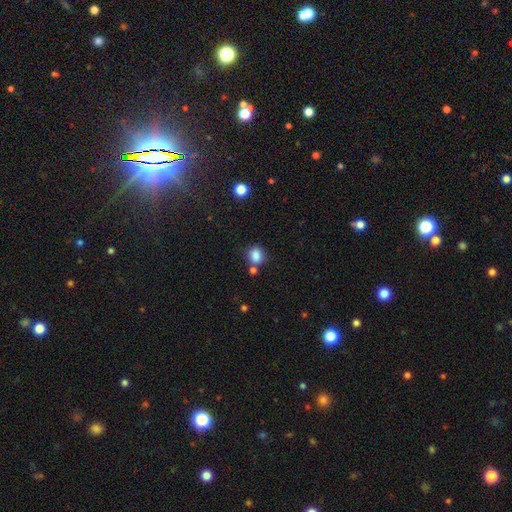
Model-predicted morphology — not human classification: Overall: smooth (85%). How rounded: round (68%; in between 31%). Merging: none (68%).